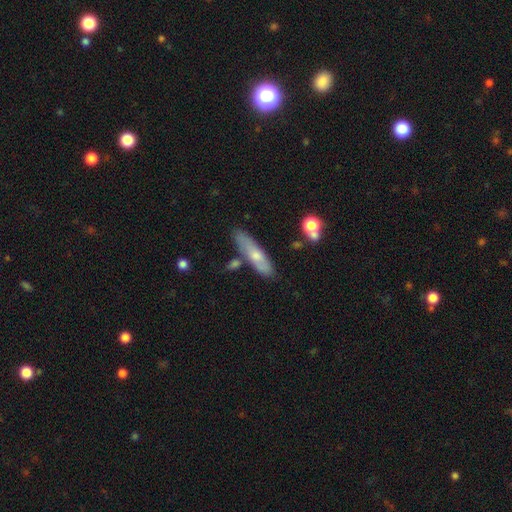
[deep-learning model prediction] Q: Smooth or featured?
A: smooth (55%); runner-up: featured or disk (38%)
Q: How rounded?
A: cigar-shaped (70%); runner-up: in between (28%)
Q: Merging?
A: none (72%); runner-up: minor disturbance (16%)